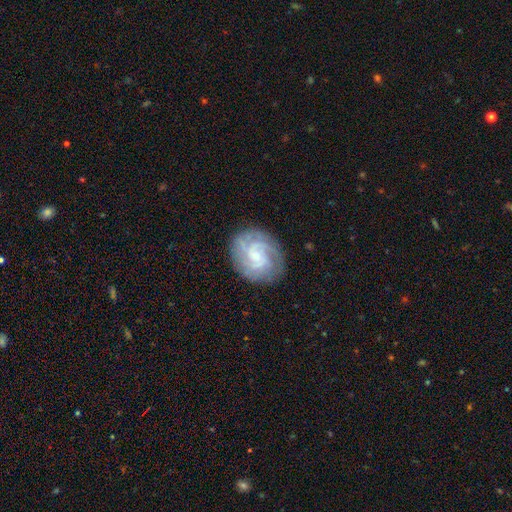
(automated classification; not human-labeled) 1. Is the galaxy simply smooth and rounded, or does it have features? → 82% featured or disk, 12% smooth, 6% star or artifact.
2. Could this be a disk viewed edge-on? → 98% no, 2% yes.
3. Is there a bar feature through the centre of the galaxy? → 55% no, 38% weak, 7% strong.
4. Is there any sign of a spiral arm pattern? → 97% yes, 3% no.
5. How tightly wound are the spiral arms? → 58% tight, 35% medium, 7% loose.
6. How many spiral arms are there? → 31% 3, 22% can't tell, 21% 2, 14% 4, 6% more than 4, 6% 1.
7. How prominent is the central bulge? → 70% small, 22% moderate, 6% none, 2% large, 1% dominant.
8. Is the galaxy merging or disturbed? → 80% none, 14% minor disturbance, 5% major disturbance, 1% merger.